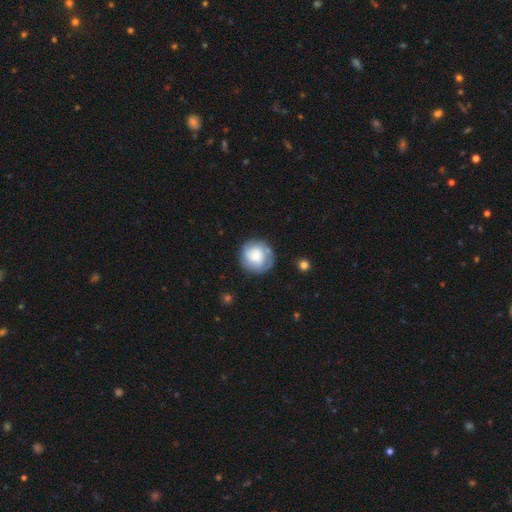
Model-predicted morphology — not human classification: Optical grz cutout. It shows a smooth galaxy with no disk features (59%) that is round (91%). Merging: none (75%).